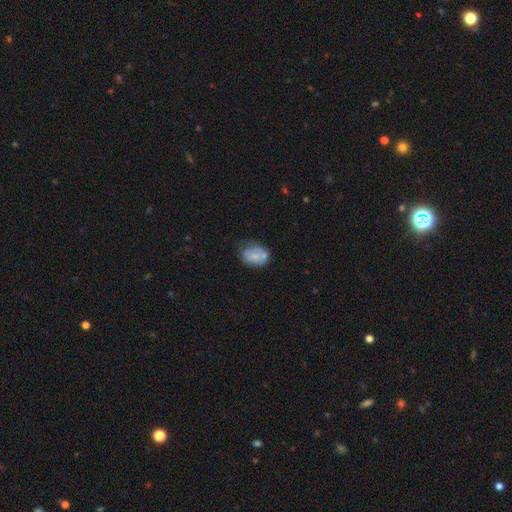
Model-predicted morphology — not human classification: type=smooth (56%); roundness=in between (72%); merging=none (38%).